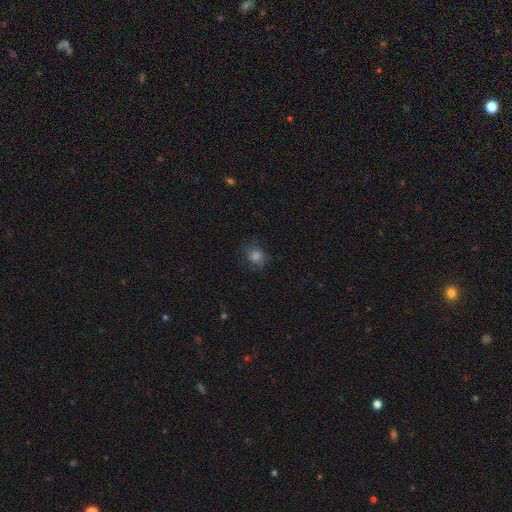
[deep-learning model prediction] This appears to be a smooth galaxy with no disk features (69%) that is round (73%). Merging: none (76%).